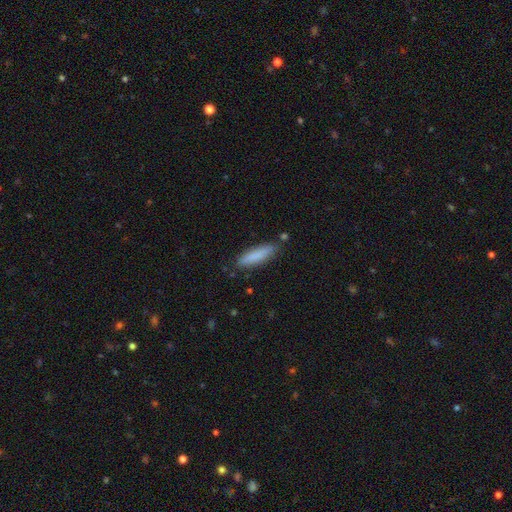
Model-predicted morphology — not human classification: smooth_or_featured: smooth (p=0.84) [alt: featured or disk p=0.10]
how_rounded: cigar-shaped (p=0.78) [alt: in between p=0.21]
merging: none (p=0.83) [alt: minor disturbance p=0.12]